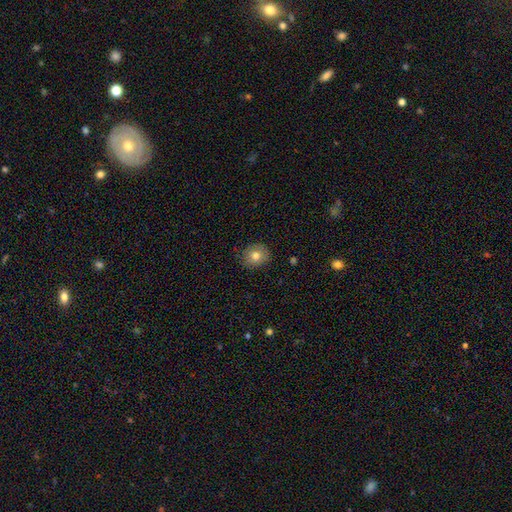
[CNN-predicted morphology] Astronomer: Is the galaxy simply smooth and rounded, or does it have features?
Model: smooth — 76%.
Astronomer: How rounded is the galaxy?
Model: round — 81%.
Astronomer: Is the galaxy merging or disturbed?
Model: none — 84%.